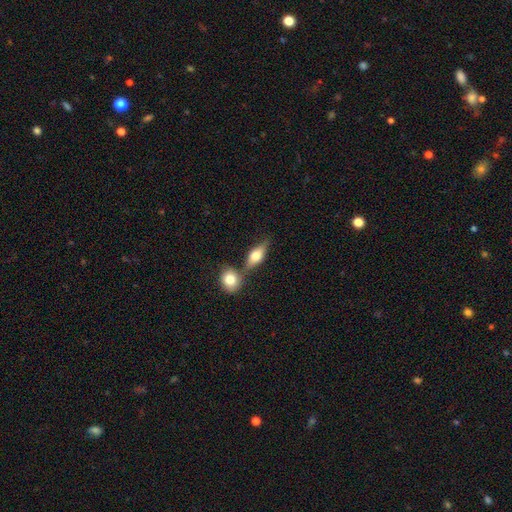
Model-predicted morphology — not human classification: smooth_or_featured: smooth (p=0.58) [alt: featured or disk p=0.35]
how_rounded: in between (p=0.69) [alt: cigar-shaped p=0.17]
merging: none (p=0.55) [alt: merger p=0.28]